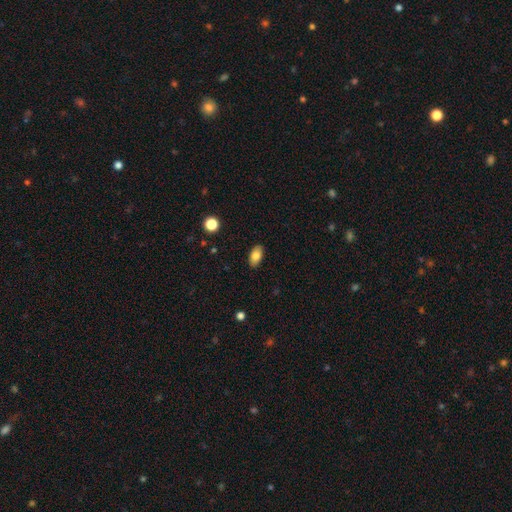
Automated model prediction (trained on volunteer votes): This appears to be a smooth galaxy with no disk features (82%) that is in between round and cigar-shaped (92%). Merging: none (88%).